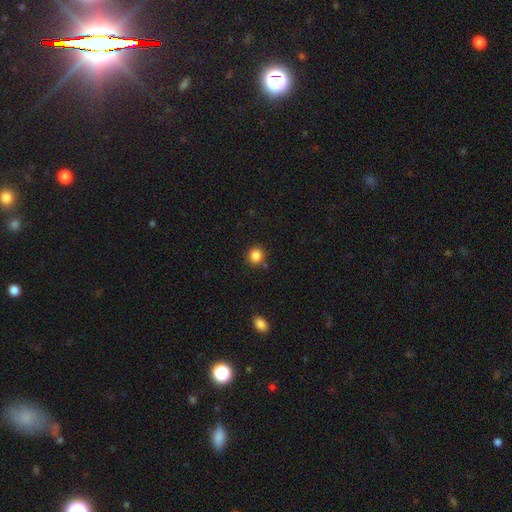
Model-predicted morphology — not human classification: This appears to be a smooth galaxy with no disk features (86%) that is round (86%). Merging: none (83%).